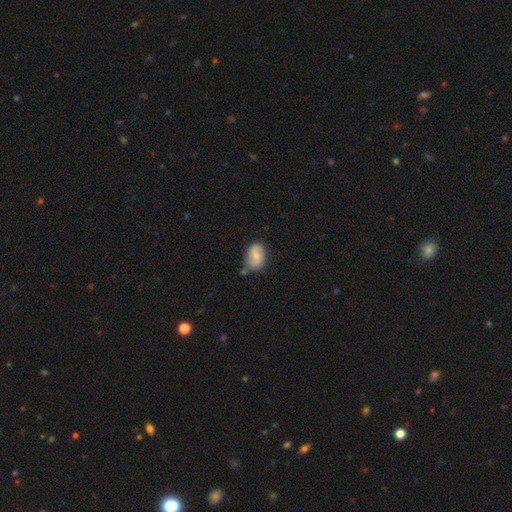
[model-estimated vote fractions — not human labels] Smooth or featured: smooth — 55% (featured or disk — 38%)
How rounded: in between — 83% (round — 15%)
Merging: none — 56% (minor disturbance — 27%)